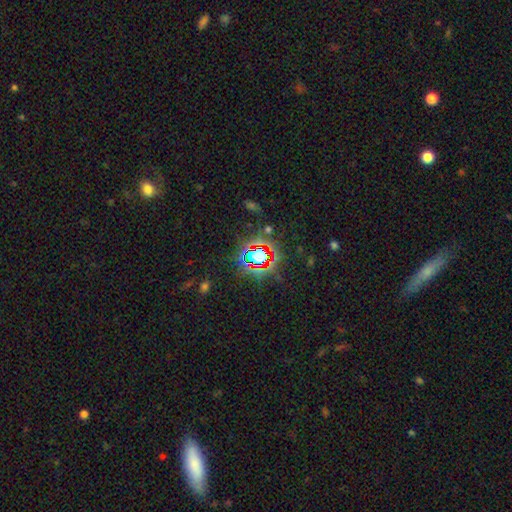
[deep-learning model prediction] The model was most divided on "smooth or featured": star or artifact: 74%, smooth: 16%, featured or disk: 10%.